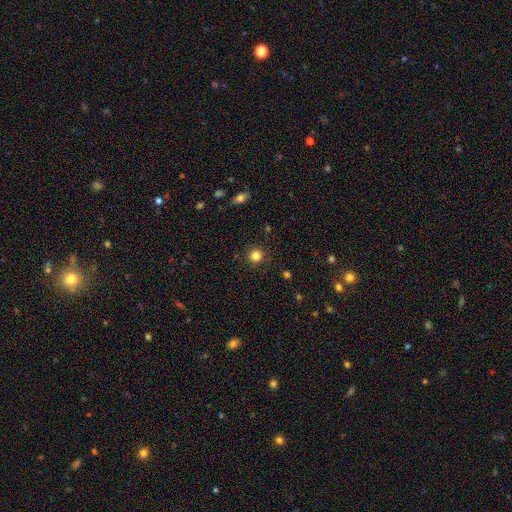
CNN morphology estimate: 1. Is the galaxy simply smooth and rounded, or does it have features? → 83% smooth, 13% star or artifact, 5% featured or disk.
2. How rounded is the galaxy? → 93% round, 6% in between, 1% cigar-shaped.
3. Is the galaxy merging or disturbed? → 89% none, 7% minor disturbance, 2% major disturbance, 1% merger.